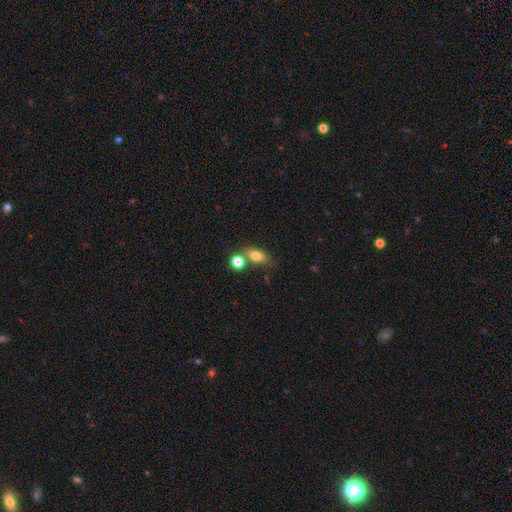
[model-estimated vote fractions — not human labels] Smooth or featured? smooth (79%)
How rounded? in between (74%)
Merging? none (53%)